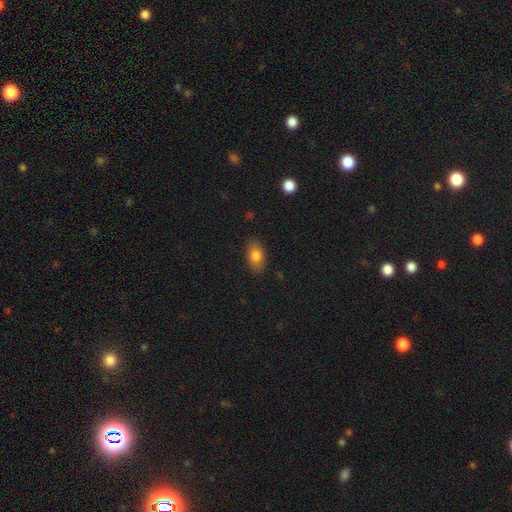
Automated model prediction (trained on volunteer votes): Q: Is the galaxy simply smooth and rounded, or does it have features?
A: smooth — 81%.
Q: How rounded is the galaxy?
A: in between — 89%.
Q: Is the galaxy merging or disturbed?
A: none — 85%.